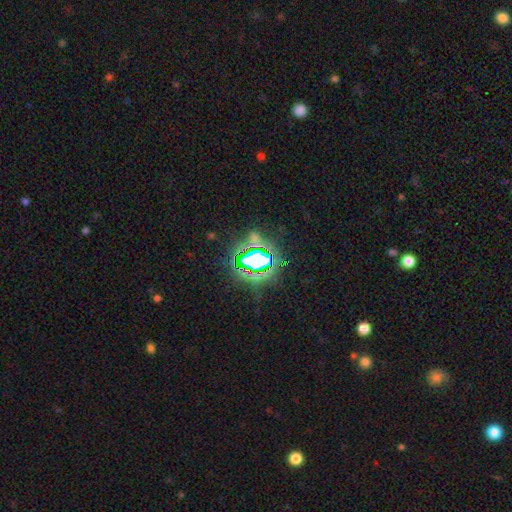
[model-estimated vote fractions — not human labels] Smooth or featured? star or artifact (70%)